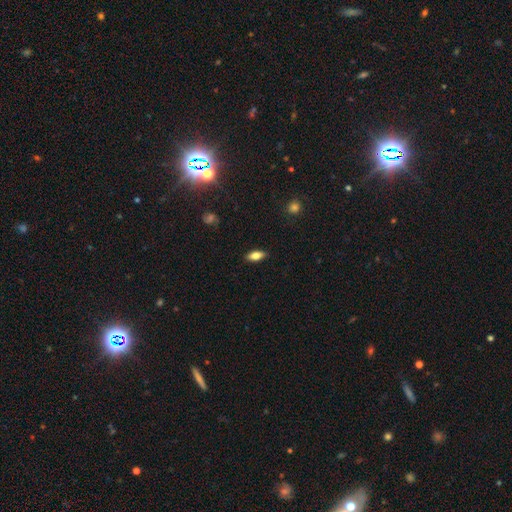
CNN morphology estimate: smooth_or_featured: smooth (p=0.76) [alt: featured or disk p=0.17]
how_rounded: in between (p=0.78) [alt: cigar-shaped p=0.19]
merging: none (p=0.87) [alt: minor disturbance p=0.09]